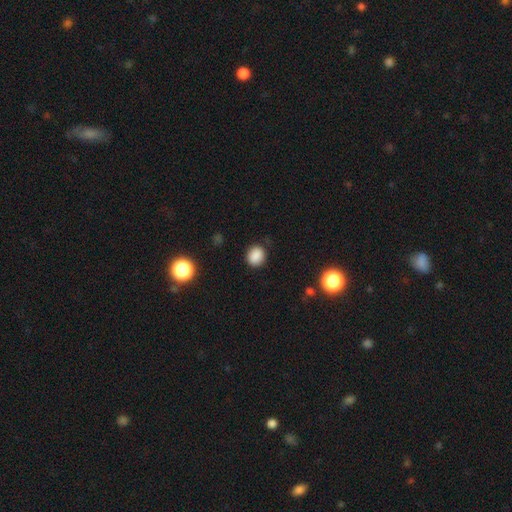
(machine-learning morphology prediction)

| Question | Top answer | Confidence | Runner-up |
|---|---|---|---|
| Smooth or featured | smooth | 86% | star or artifact (11%) |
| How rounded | round | 69% | in between (30%) |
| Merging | none | 85% | minor disturbance (11%) |